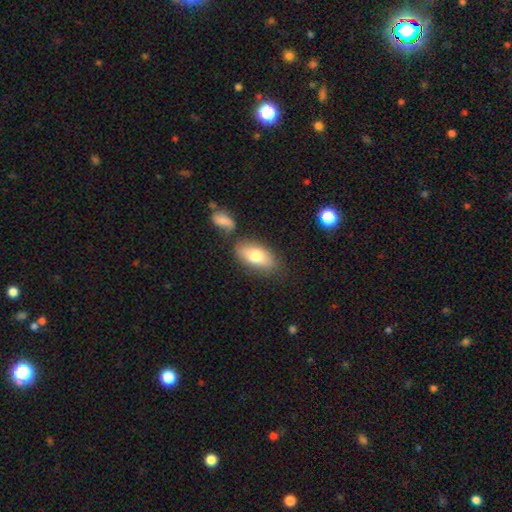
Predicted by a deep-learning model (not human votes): smooth 74%, featured or disk 19%, star or artifact 7%. Down the decision tree: how rounded — in between (90%); merging — none (71%).